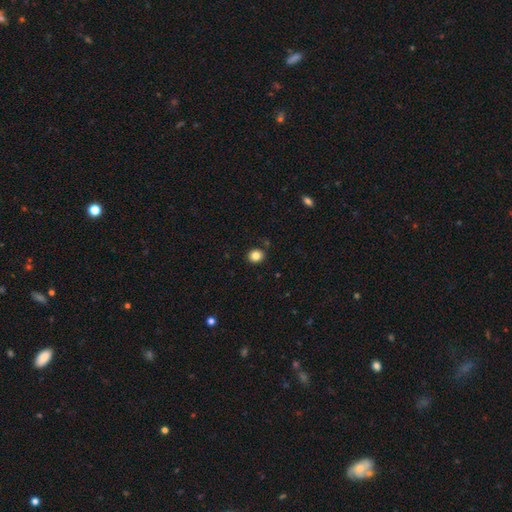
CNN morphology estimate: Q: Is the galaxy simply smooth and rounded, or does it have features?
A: smooth — 84%.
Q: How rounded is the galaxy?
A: round — 78%.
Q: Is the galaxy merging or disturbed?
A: none — 88%.